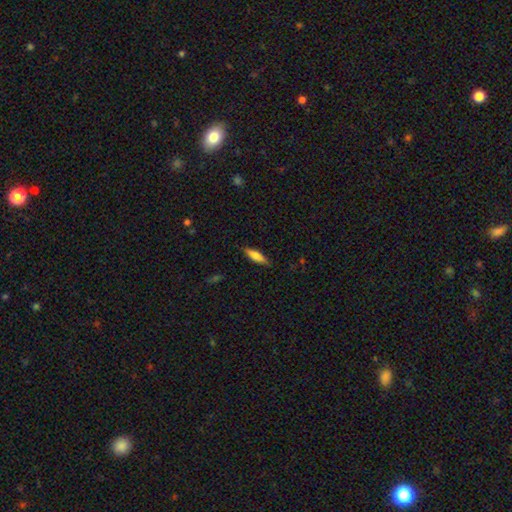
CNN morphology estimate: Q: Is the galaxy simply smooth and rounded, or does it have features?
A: smooth — 67%.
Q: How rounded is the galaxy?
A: cigar-shaped — 66%.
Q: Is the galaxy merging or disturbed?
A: none — 85%.